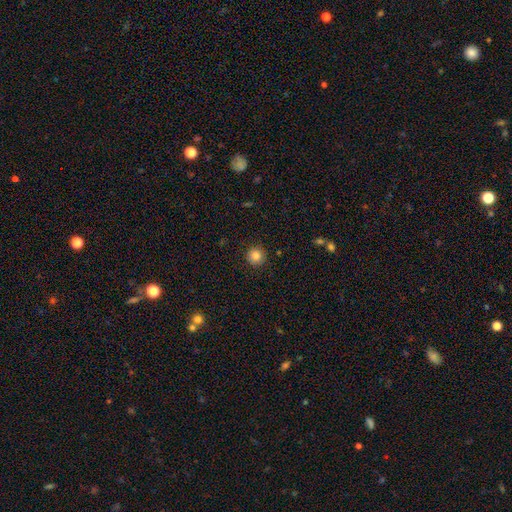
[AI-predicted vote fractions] Morphology: type=smooth (84%); roundness=round (95%); merging=none (92%).